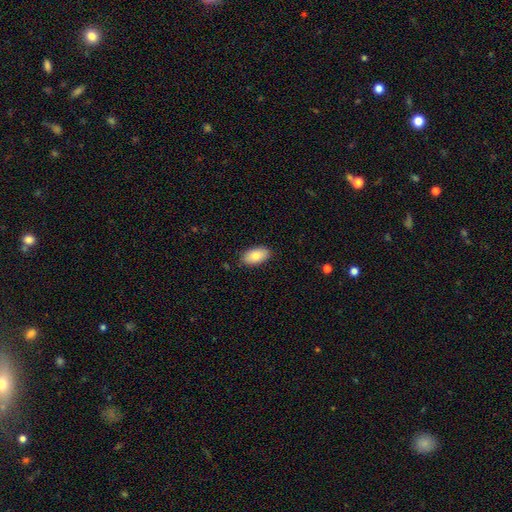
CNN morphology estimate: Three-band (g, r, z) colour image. It shows a smooth galaxy with no disk features (83%) that is in between round and cigar-shaped (94%). Merging: none (87%).